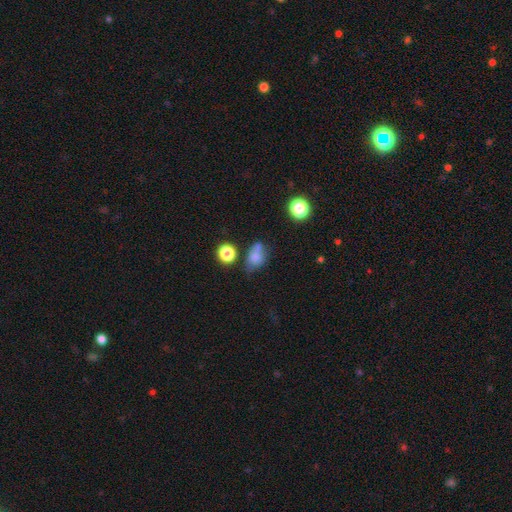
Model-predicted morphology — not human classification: Smooth or featured?
  - smooth: 73% *
  - featured or disk: 14%
  - star or artifact: 14%
How rounded?
  - in between: 62% *
  - round: 35%
  - cigar-shaped: 3%
Merging?
  - none: 38% *
  - merger: 28%
  - minor disturbance: 22%
  - major disturbance: 12%